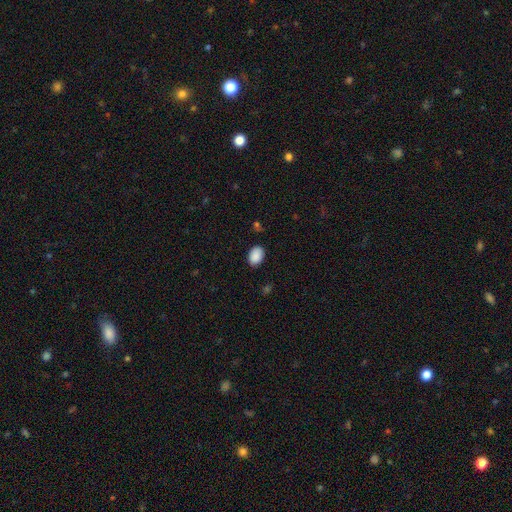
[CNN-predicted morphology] A smooth galaxy with no disk features (89%) that is in between round and cigar-shaped (82%).

Vote fractions:
- Smooth or featured? smooth: 89% / star or artifact: 7% / featured or disk: 3%
- How rounded? in between: 82% / round: 17% / cigar-shaped: 1%
- Merging? none: 85% / minor disturbance: 11% / major disturbance: 2% / merger: 1%